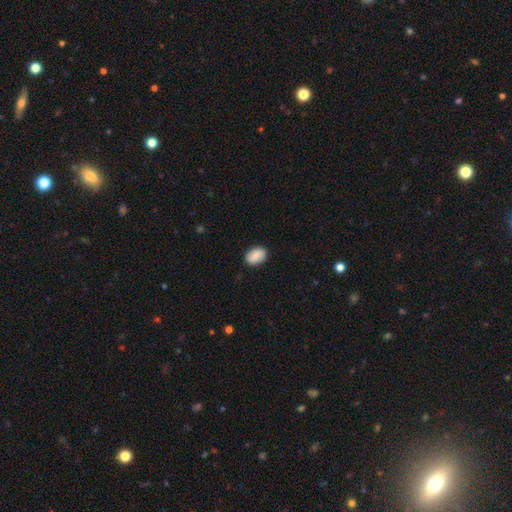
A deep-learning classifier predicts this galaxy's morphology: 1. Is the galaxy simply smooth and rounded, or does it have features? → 82% smooth, 11% featured or disk, 7% star or artifact.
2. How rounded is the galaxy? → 79% in between, 20% round, 1% cigar-shaped.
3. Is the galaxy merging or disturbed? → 86% none, 11% minor disturbance, 2% major disturbance, 1% merger.